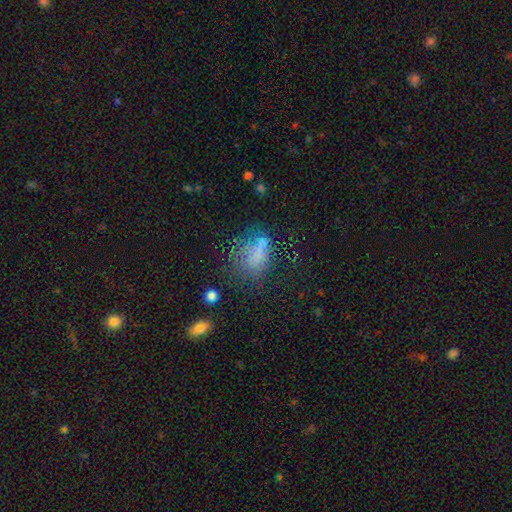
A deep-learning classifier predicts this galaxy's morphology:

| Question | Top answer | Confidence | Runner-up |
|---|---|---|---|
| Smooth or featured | smooth | 56% | featured or disk (24%) |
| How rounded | in between | 68% | round (28%) |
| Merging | none | 37% | major disturbance (32%) |